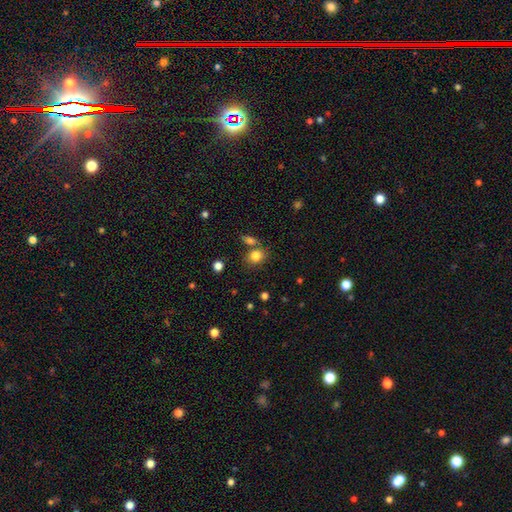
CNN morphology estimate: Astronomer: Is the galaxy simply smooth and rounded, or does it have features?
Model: smooth — 81%.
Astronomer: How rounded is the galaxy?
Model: round — 62%.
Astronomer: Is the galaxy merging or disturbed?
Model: none — 64%.